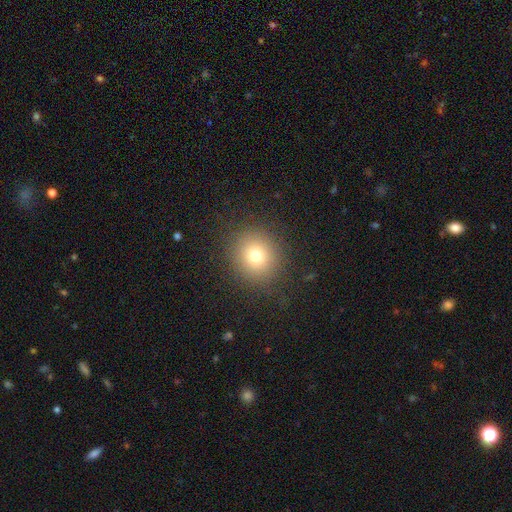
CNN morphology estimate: smooth_or_featured: smooth (p=0.75) [alt: star or artifact p=0.14]
how_rounded: round (p=0.87) [alt: in between p=0.12]
merging: none (p=0.87) [alt: minor disturbance p=0.08]